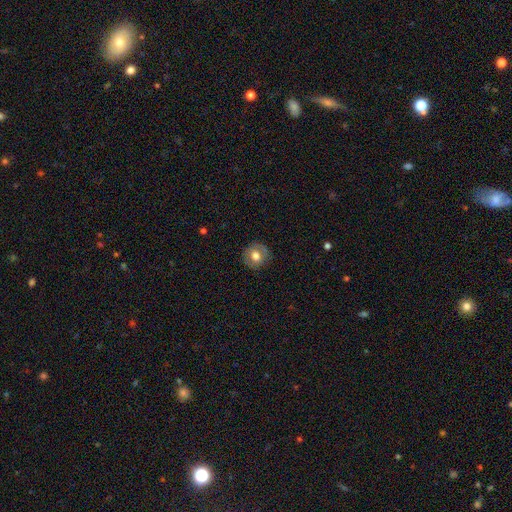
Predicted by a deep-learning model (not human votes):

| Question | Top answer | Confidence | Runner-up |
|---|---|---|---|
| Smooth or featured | smooth | 67% | featured or disk (24%) |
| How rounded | round | 89% | in between (10%) |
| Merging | none | 86% | minor disturbance (10%) |